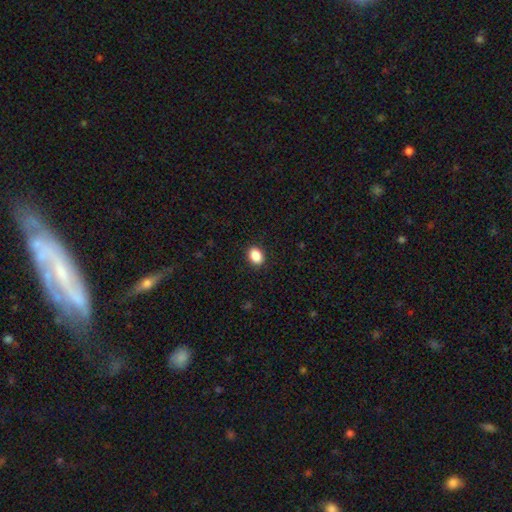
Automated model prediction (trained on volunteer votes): smooth_or_featured: smooth (p=0.88) [alt: star or artifact p=0.09]
how_rounded: in between (p=0.73) [alt: round p=0.26]
merging: none (p=0.89) [alt: minor disturbance p=0.08]